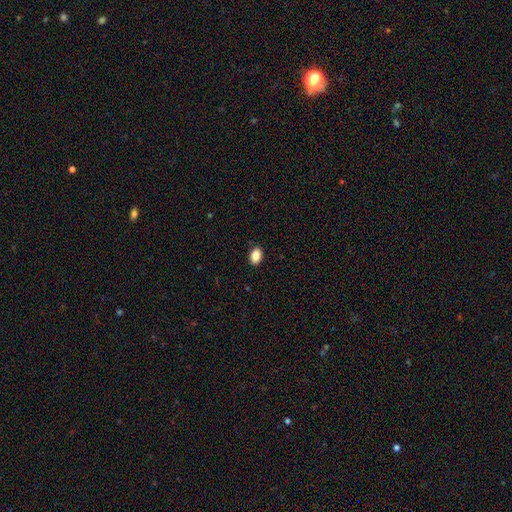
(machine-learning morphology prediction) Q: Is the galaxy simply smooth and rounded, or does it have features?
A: smooth — 88%.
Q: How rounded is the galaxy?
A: in between — 80%.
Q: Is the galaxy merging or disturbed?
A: none — 90%.